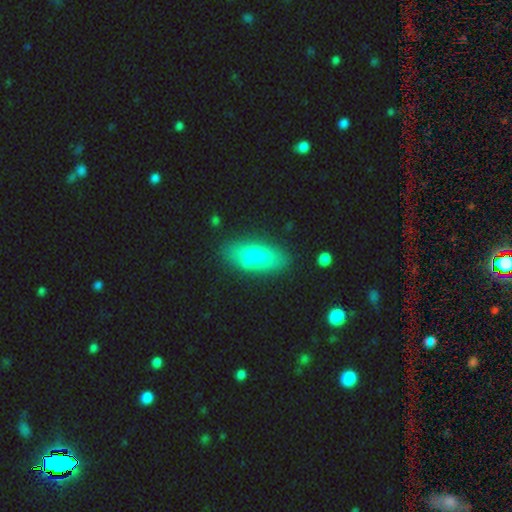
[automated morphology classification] smooth 68%, featured or disk 25%, star or artifact 7%. Down the decision tree: how rounded — in between (78%); merging — none (70%).